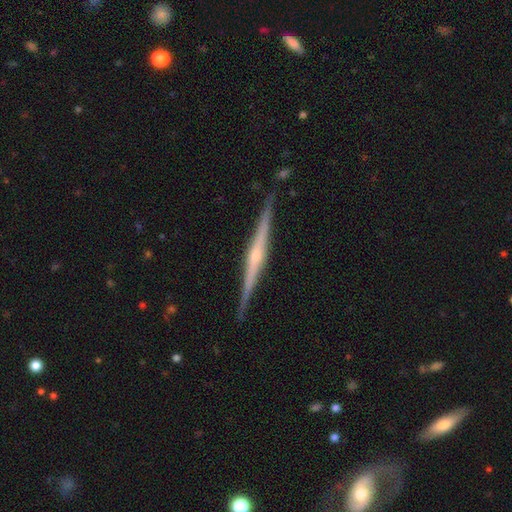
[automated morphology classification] Smooth or featured?
  - featured or disk: 83% *
  - smooth: 12%
  - star or artifact: 5%
Edge-on disk?
  - yes: 98% *
  - no: 2%
Edge-on bulge?
  - rounded: 70% *
  - none: 18%
  - boxy: 11%
Merging?
  - none: 90% *
  - minor disturbance: 7%
  - major disturbance: 1%
  - merger: 1%